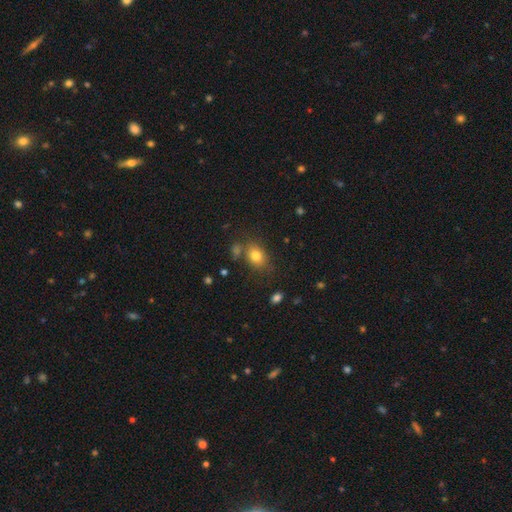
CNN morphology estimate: Smooth or featured? smooth (79%)
How rounded? in between (64%)
Merging? none (70%)